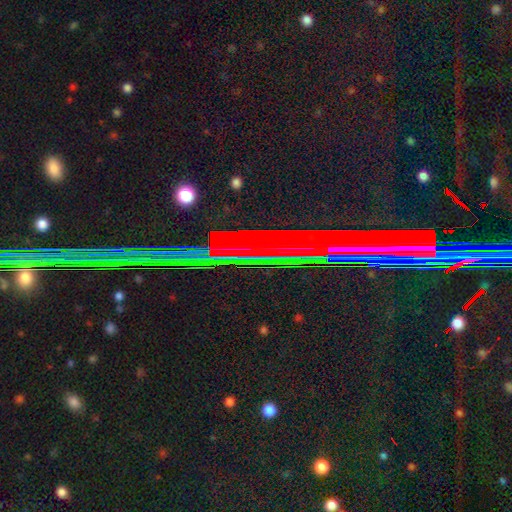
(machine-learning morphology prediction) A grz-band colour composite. It shows a star or artifact, not a galaxy (78%).